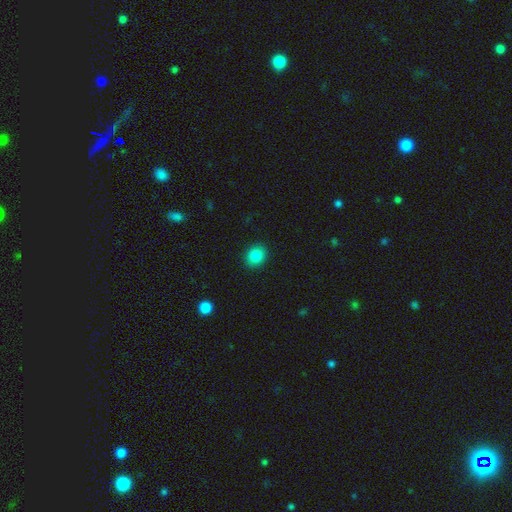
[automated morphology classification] Smooth or featured: smooth — 84% (star or artifact — 10%)
How rounded: round — 63% (in between — 36%)
Merging: none — 90% (minor disturbance — 7%)